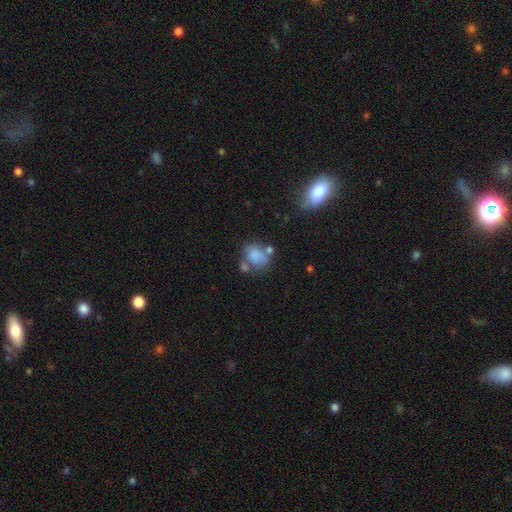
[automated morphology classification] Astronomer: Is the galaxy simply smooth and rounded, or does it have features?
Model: smooth — 78%.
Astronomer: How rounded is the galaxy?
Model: in between — 57% (runner-up: round, 42%).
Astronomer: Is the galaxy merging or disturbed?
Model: none — 46% (runner-up: merger, 25%).